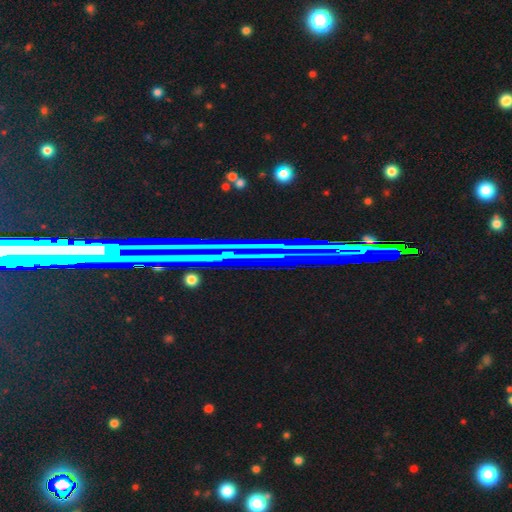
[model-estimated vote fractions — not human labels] Smooth or featured?
  - star or artifact: 64% *
  - featured or disk: 25%
  - smooth: 11%